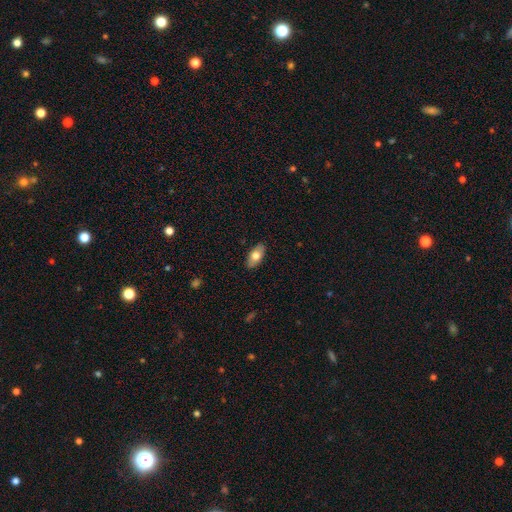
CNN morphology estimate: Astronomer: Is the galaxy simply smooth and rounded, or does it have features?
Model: smooth — 74%.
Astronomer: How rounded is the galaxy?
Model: in between — 90%.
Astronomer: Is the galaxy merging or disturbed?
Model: none — 89%.